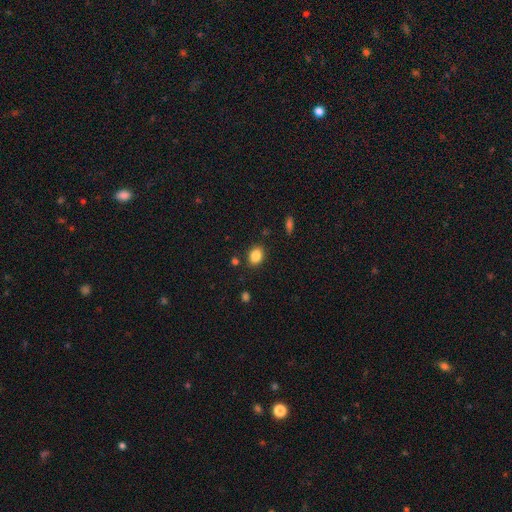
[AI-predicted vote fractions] Smooth or featured? Predicted: smooth (p=0.85). How rounded? Predicted: in between (p=0.67). Merging? Predicted: none (p=0.85).